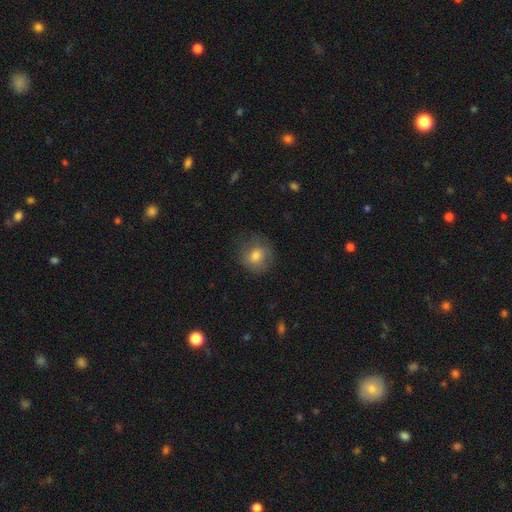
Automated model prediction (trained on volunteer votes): smooth-or-featured: smooth: 75% | featured or disk: 15% | star or artifact: 10%
  how-rounded: round: 81% | in between: 18% | cigar-shaped: 1%
  merging: none: 73% | minor disturbance: 18% | major disturbance: 8% | merger: 1%